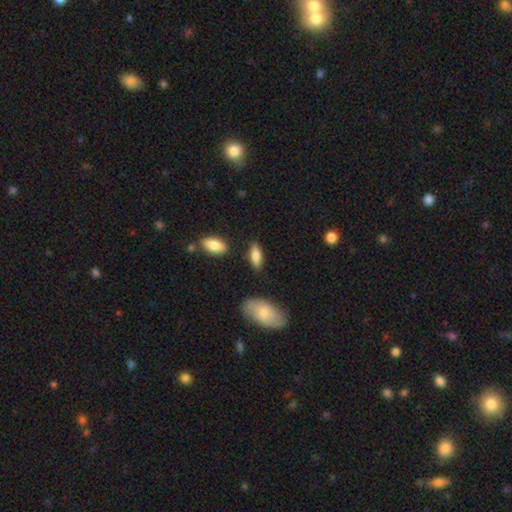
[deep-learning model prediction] Smooth or featured?
  - smooth: 77% *
  - featured or disk: 17%
  - star or artifact: 7%
How rounded?
  - in between: 68% *
  - cigar-shaped: 29%
  - round: 3%
Merging?
  - none: 81% *
  - minor disturbance: 13%
  - merger: 3%
  - major disturbance: 3%